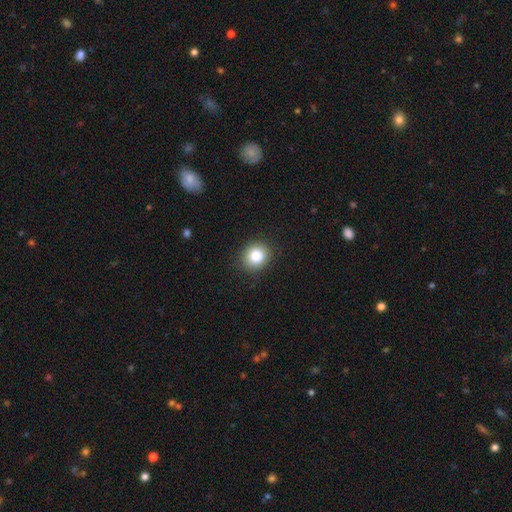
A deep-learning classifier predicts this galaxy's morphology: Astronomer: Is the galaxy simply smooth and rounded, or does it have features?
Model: smooth — 84%.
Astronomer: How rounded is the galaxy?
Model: round — 77%.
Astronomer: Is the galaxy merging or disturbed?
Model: none — 88%.